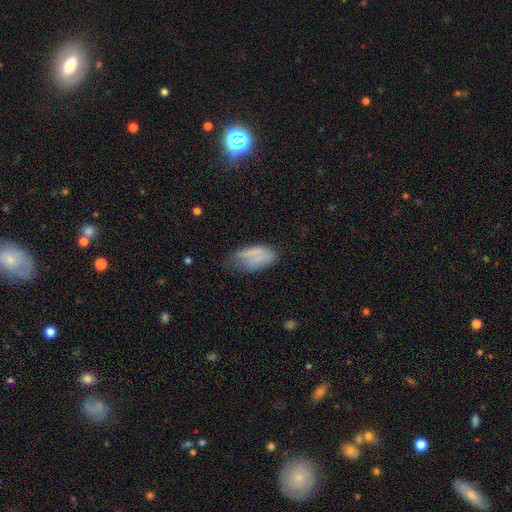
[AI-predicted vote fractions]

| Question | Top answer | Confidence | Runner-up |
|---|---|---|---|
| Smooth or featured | smooth | 69% | featured or disk (21%) |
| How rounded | in between | 89% | cigar-shaped (7%) |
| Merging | none | 42% | minor disturbance (38%) |